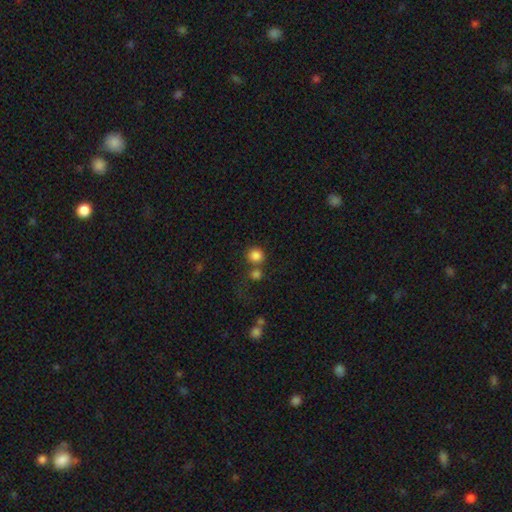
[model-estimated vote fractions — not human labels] Q: Smooth or featured?
A: smooth (84%); runner-up: star or artifact (11%)
Q: How rounded?
A: round (90%); runner-up: in between (9%)
Q: Merging?
A: none (64%); runner-up: merger (23%)